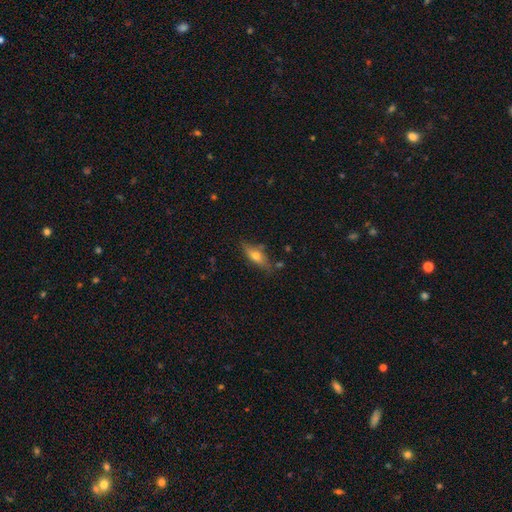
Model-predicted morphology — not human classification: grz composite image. It shows a smooth galaxy with no disk features (53%) that is in between round and cigar-shaped (58%). Merging: none (70%).